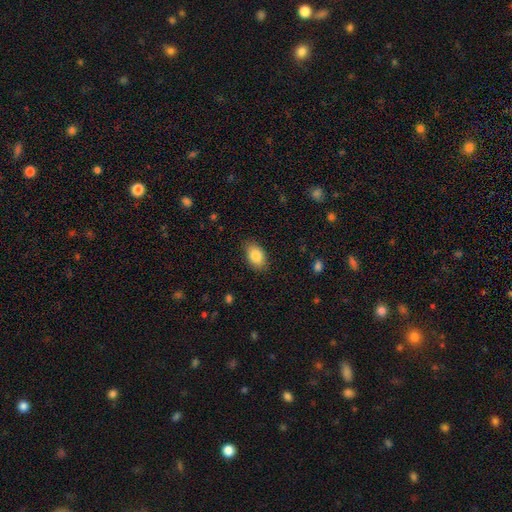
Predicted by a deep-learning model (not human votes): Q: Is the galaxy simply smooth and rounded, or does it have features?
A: smooth — 85%.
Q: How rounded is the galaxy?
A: in between — 91%.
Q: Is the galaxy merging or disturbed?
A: none — 86%.